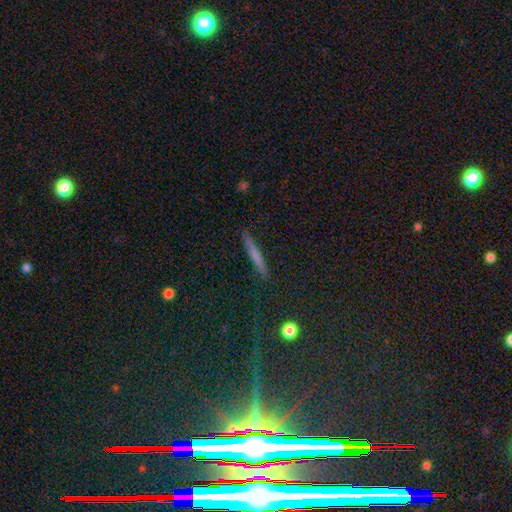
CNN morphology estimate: Q: Smooth or featured?
A: smooth (62%); runner-up: featured or disk (29%)
Q: How rounded?
A: cigar-shaped (95%); runner-up: in between (3%)
Q: Merging?
A: none (91%); runner-up: minor disturbance (7%)